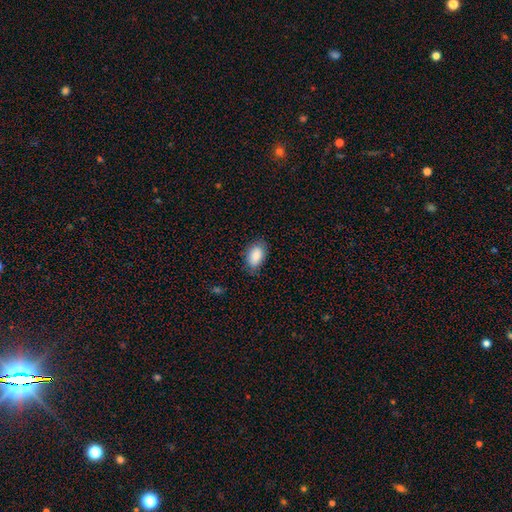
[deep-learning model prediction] Smooth or featured? Predicted: smooth (p=0.88). How rounded? Predicted: in between (p=0.92). Merging? Predicted: none (p=0.80).